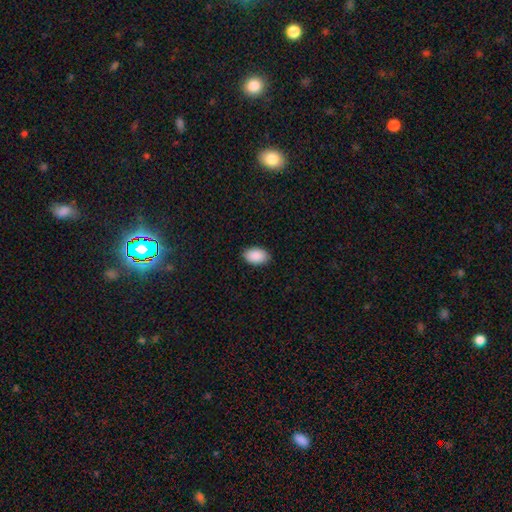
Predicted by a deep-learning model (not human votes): Smooth or featured? smooth (91%)
How rounded? in between (91%)
Merging? none (88%)